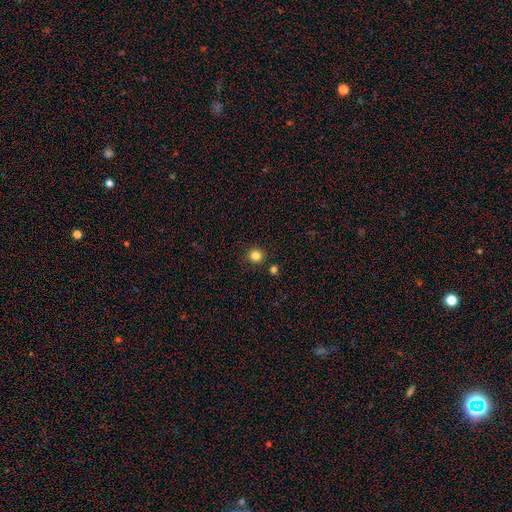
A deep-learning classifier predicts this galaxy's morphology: Overall: smooth (83%). How rounded: round (94%). Merging: none (89%).